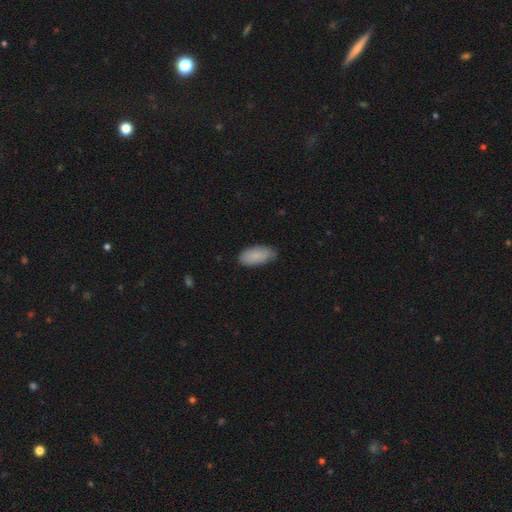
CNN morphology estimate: Smooth or featured: smooth — 86% (featured or disk — 8%)
How rounded: in between — 92% (cigar-shaped — 6%)
Merging: none — 74% (minor disturbance — 22%)